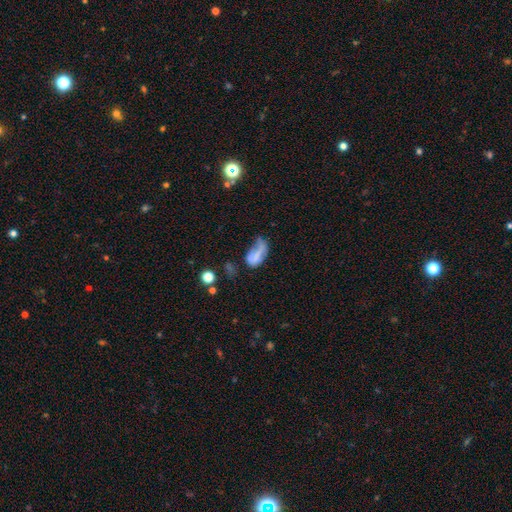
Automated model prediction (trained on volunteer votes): Smooth or featured?
  - smooth: 61% *
  - featured or disk: 27%
  - star or artifact: 11%
How rounded?
  - in between: 90% *
  - round: 7%
  - cigar-shaped: 3%
Merging?
  - major disturbance: 40% *
  - minor disturbance: 26%
  - none: 22%
  - merger: 12%